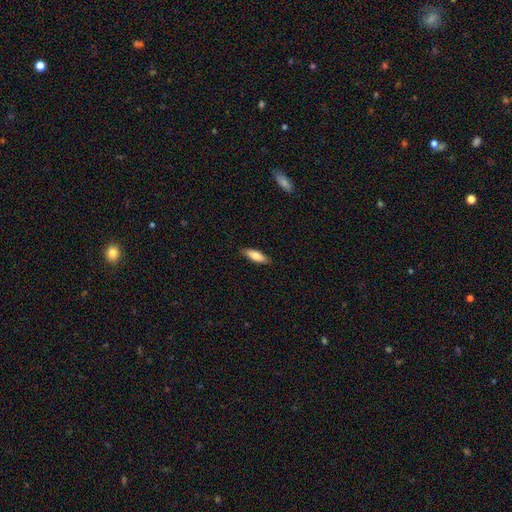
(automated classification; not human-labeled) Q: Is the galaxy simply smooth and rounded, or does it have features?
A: smooth — 77%.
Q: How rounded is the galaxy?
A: in between — 56%.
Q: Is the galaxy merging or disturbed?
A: none — 87%.